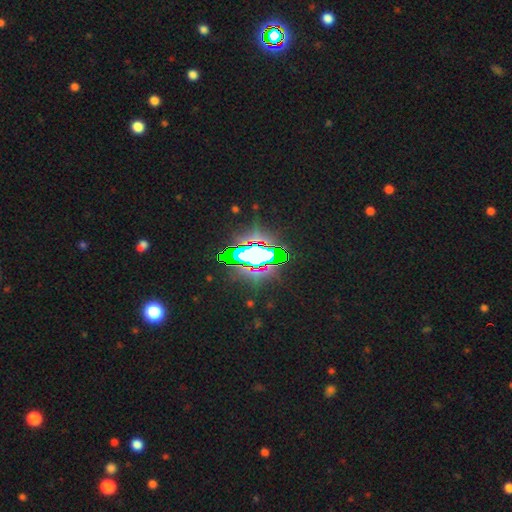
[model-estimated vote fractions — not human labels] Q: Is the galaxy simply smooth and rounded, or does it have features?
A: star or artifact — 67%.